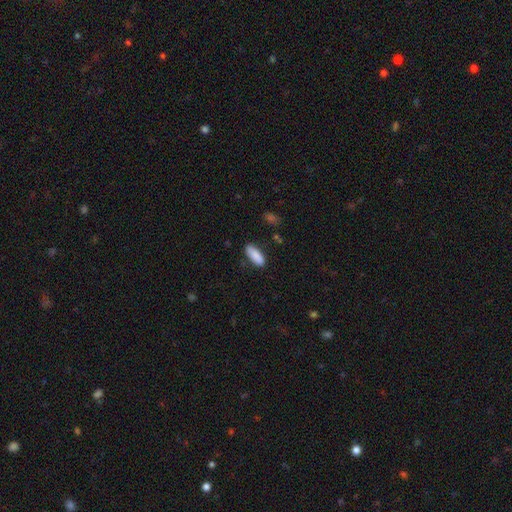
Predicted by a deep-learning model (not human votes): This appears to be a smooth galaxy with no disk features (89%) that is in between round and cigar-shaped (73%). Merging: none (83%).